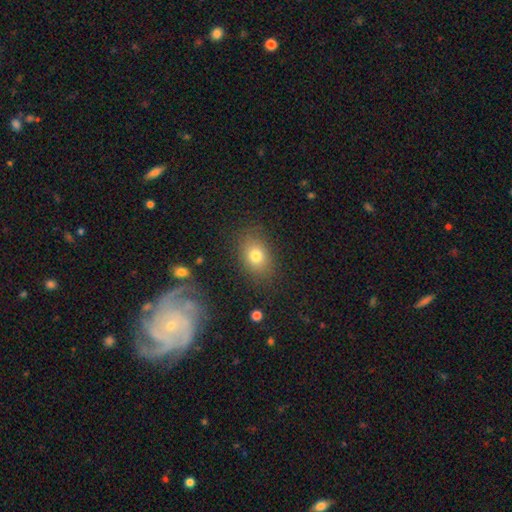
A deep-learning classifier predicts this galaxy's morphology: smooth_or_featured: smooth (p=0.78) [alt: star or artifact p=0.11]
how_rounded: in between (p=0.69) [alt: round p=0.29]
merging: none (p=0.82) [alt: minor disturbance p=0.11]